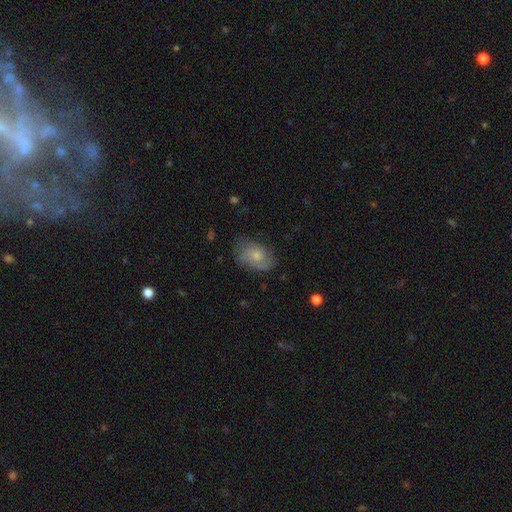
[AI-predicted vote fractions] This appears to be a smooth galaxy with no disk features (51%) that is in between round and cigar-shaped (82%). Merging: none (61%).